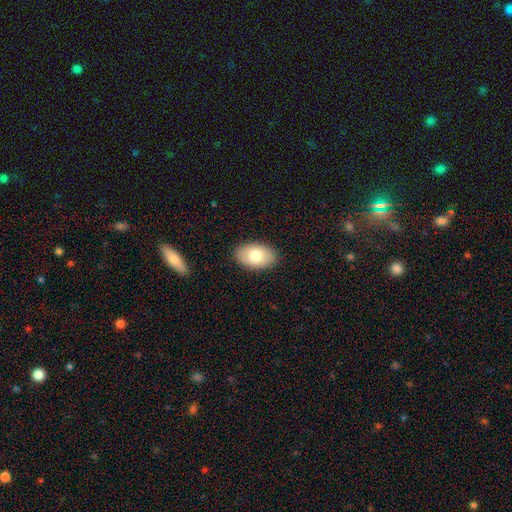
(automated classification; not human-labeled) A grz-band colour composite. It shows a smooth galaxy with no disk features (78%) that is in between round and cigar-shaped (93%). Merging: none (89%).